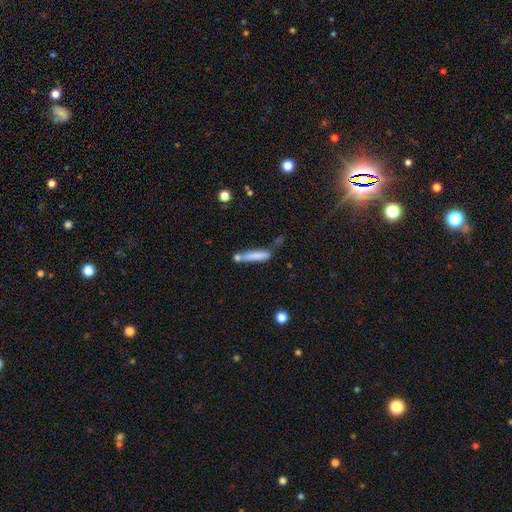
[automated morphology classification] Smooth or featured?
  - smooth: 76% *
  - featured or disk: 17%
  - star or artifact: 7%
How rounded?
  - cigar-shaped: 87% *
  - in between: 11%
  - round: 2%
Merging?
  - none: 52% *
  - minor disturbance: 21%
  - merger: 20%
  - major disturbance: 7%